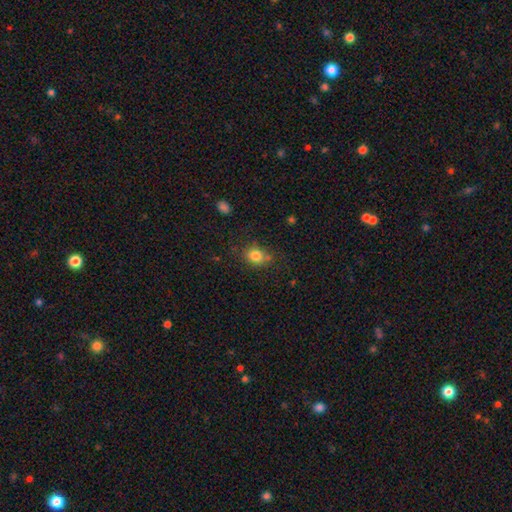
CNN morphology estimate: Overall: smooth (81%). How rounded: in between (51%; round 48%). Merging: none (68%).